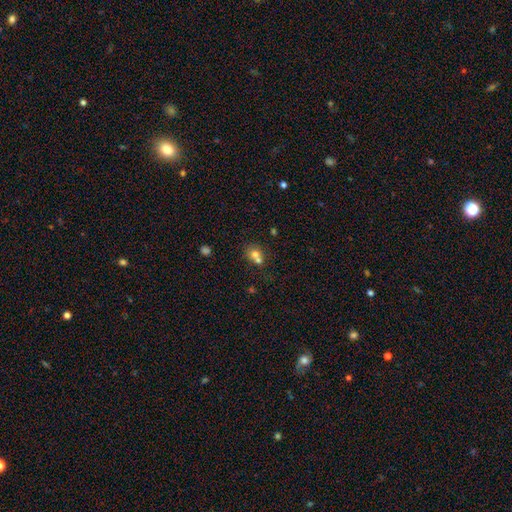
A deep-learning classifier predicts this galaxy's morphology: Smooth or featured?
  - smooth: 70% *
  - featured or disk: 16%
  - star or artifact: 14%
How rounded?
  - round: 73% *
  - in between: 26%
  - cigar-shaped: 1%
Merging?
  - merger: 53% *
  - none: 37%
  - minor disturbance: 7%
  - major disturbance: 3%